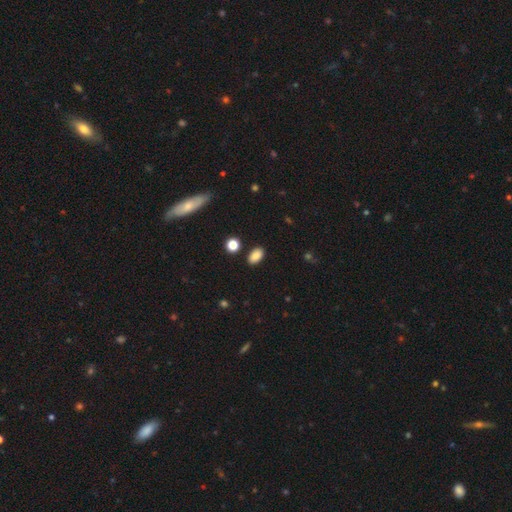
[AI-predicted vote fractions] smooth 86%, star or artifact 9%, featured or disk 4%. Down the decision tree: how rounded — in between (90%); merging — none (86%).